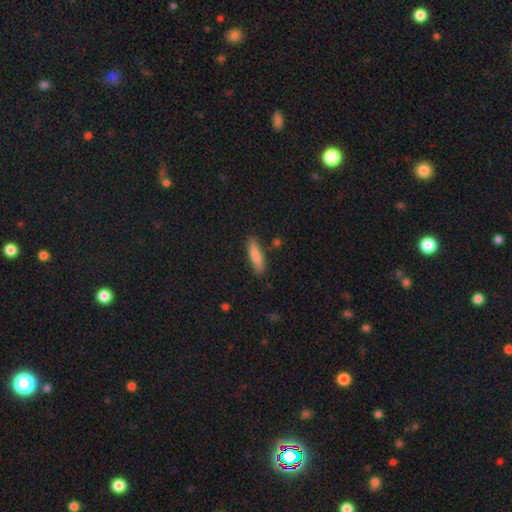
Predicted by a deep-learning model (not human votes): Smooth or featured? Predicted: smooth (p=0.76). How rounded? Predicted: cigar-shaped (p=0.70). Merging? Predicted: none (p=0.83).